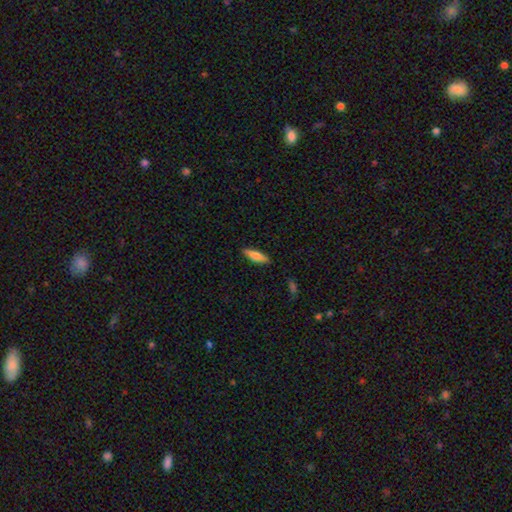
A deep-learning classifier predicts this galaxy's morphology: smooth 69%, featured or disk 25%, star or artifact 6%. Down the decision tree: how rounded — cigar-shaped (56%); merging — none (87%).